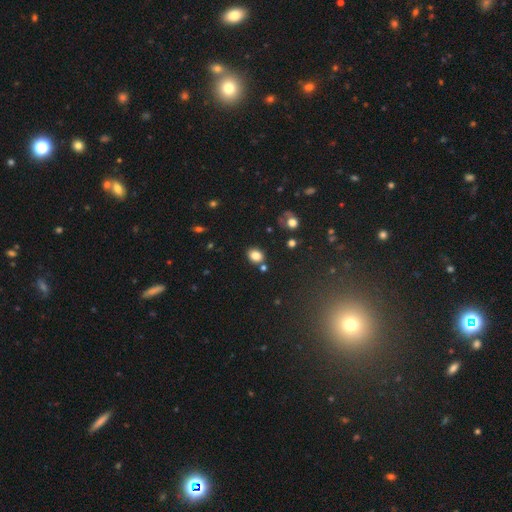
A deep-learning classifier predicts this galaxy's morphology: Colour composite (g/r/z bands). It shows a smooth galaxy with no disk features (82%) that is in between round and cigar-shaped (59%). Merging: none (79%).